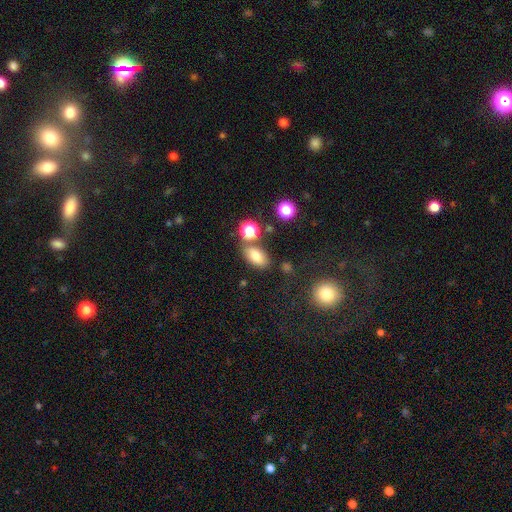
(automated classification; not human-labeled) This appears to be a smooth galaxy with no disk features (75%) that is in between round and cigar-shaped (86%). Merging: none (71%).